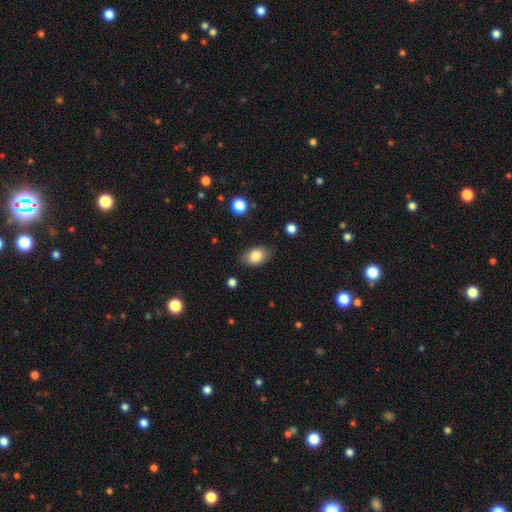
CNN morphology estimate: This appears to be a smooth galaxy with no disk features (83%) that is in between round and cigar-shaped (87%). Merging: none (82%).